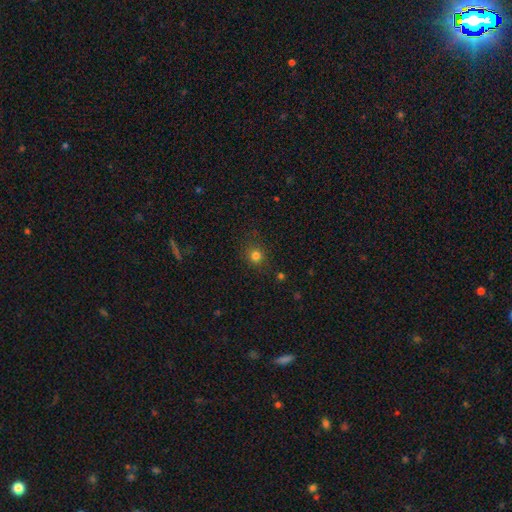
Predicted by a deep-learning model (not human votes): Morphology: type=smooth (78%); roundness=round (87%); merging=none (84%).